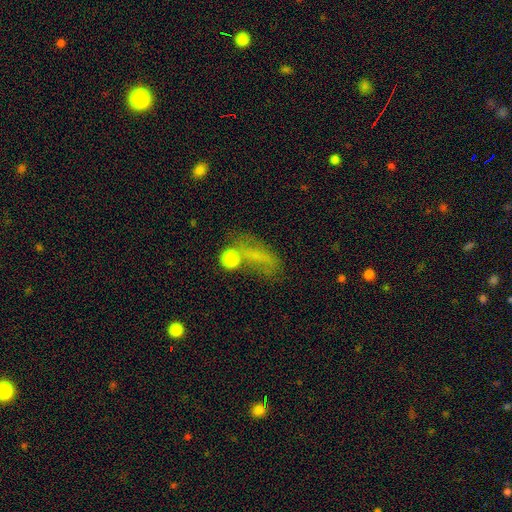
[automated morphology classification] smooth-or-featured: smooth: 57% | star or artifact: 21% | featured or disk: 21%
  how-rounded: in between: 60% | cigar-shaped: 23% | round: 17%
  merging: none: 38% | major disturbance: 29% | minor disturbance: 21% | merger: 12%